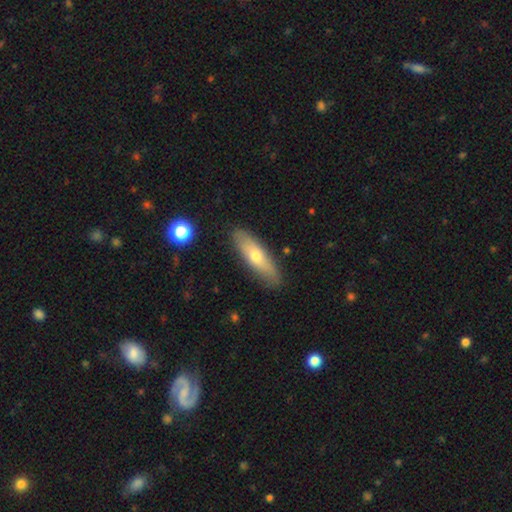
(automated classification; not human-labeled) This appears to be a smooth galaxy with no disk features (60%) that is cigar-shaped (56%). Merging: none (86%).